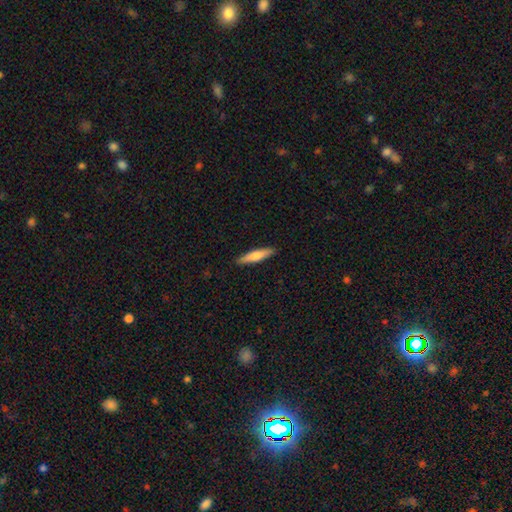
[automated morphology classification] Smooth or featured?
  - smooth: 70% *
  - featured or disk: 24%
  - star or artifact: 5%
How rounded?
  - cigar-shaped: 83% *
  - in between: 16%
  - round: 1%
Merging?
  - none: 90% *
  - minor disturbance: 8%
  - major disturbance: 2%
  - merger: 1%